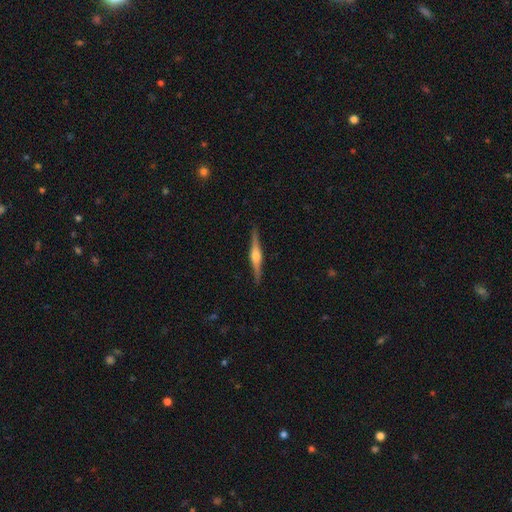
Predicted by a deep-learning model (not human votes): Smooth or featured? featured or disk (78%)
Edge-on disk? yes (98%)
Edge-on bulge? rounded (90%)
Merging? none (91%)